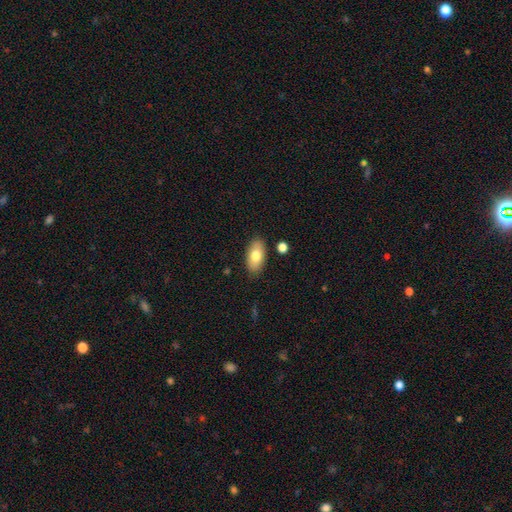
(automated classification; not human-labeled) This appears to be a smooth galaxy with no disk features (77%) that is in between round and cigar-shaped (93%). Merging: none (86%).